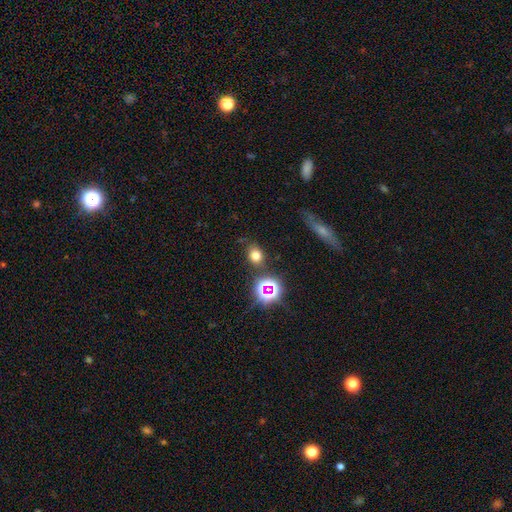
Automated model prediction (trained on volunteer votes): Q: Smooth or featured?
A: smooth (70%); runner-up: star or artifact (22%)
Q: How rounded?
A: in between (52%); runner-up: round (46%)
Q: Merging?
A: none (77%); runner-up: minor disturbance (13%)